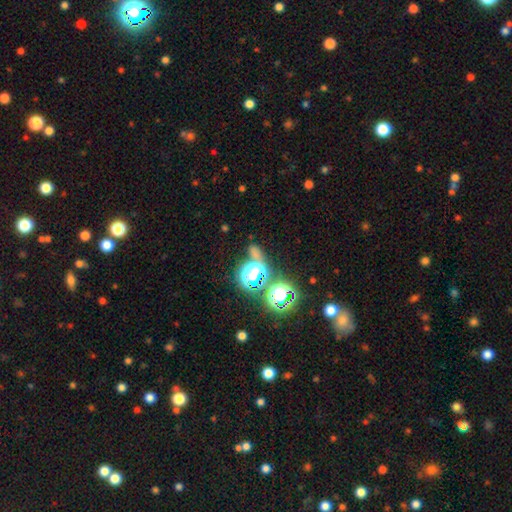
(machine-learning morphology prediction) Overall: star or artifact (50%; smooth 36%).